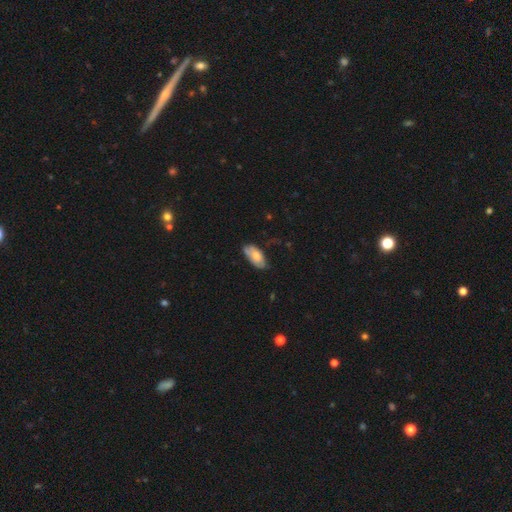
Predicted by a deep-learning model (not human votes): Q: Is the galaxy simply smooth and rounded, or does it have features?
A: smooth — 66%.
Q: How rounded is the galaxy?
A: in between — 91%.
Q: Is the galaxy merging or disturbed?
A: none — 59%.